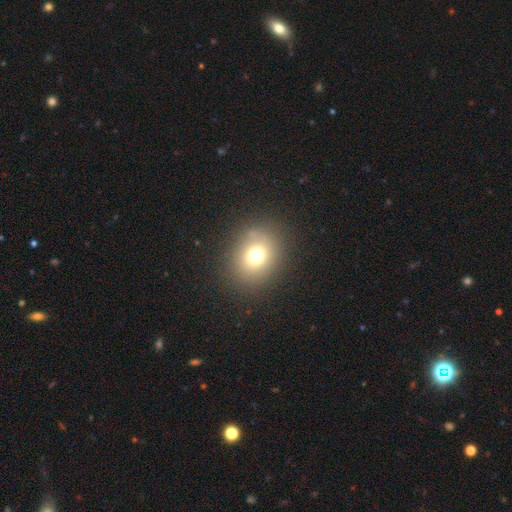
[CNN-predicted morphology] The model was most divided on "how rounded": round: 65%, in between: 34%, cigar-shaped: 1%. More confident: merging — none (85%); smooth or featured — smooth (71%).